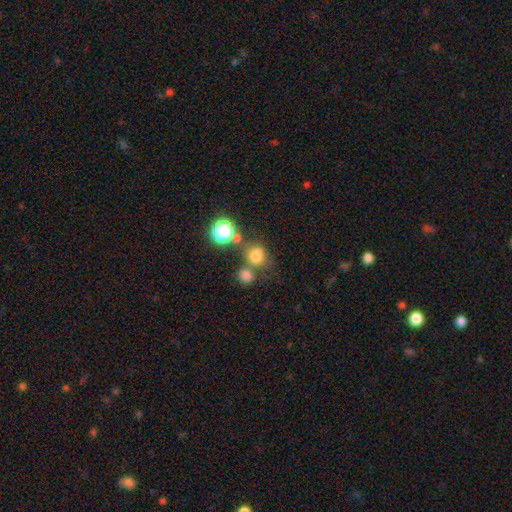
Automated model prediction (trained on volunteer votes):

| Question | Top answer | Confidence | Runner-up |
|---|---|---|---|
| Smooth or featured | smooth | 72% | star or artifact (19%) |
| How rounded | round | 75% | in between (24%) |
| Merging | none | 55% | merger (27%) |